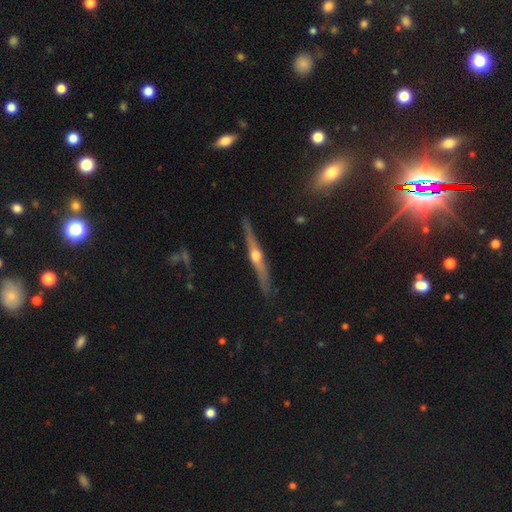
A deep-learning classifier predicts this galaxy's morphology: Overall: featured or disk (77%). Edge-on disk: yes (97%). Edge-on bulge: rounded (94%). Merging: none (87%).